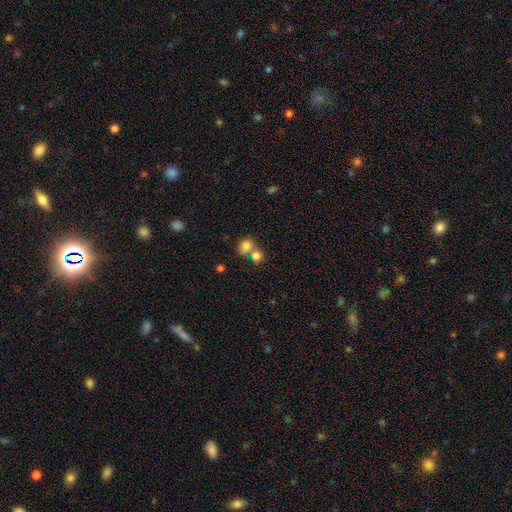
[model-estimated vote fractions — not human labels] The model was most divided on "merging": merger: 46%, none: 43%, minor disturbance: 8%, major disturbance: 3%. More confident: smooth or featured — smooth (81%); how rounded — round (72%).